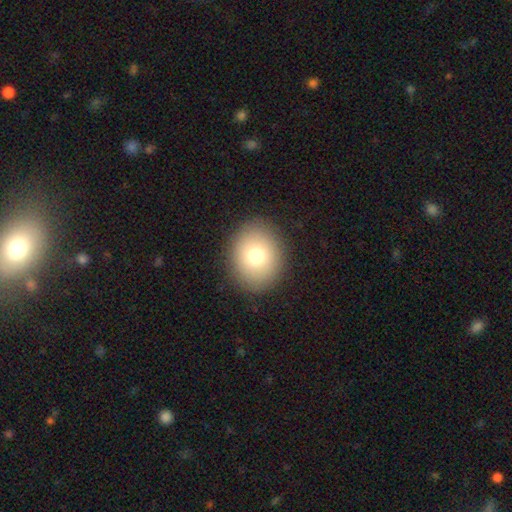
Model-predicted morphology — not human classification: Smooth or featured? Predicted: smooth (p=0.75). How rounded? Predicted: round (p=0.56). Merging? Predicted: none (p=0.89).